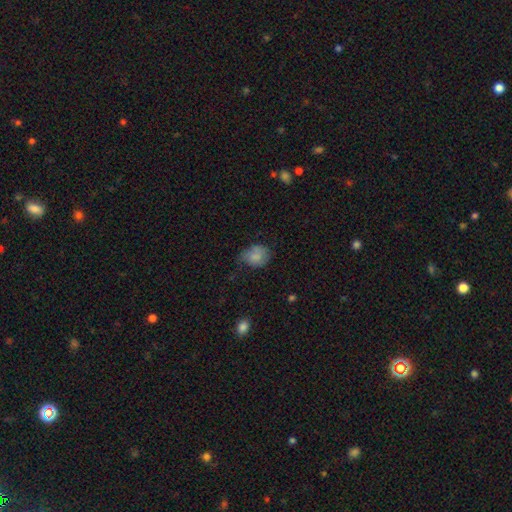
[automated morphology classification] A smooth galaxy with no disk features (77%) that is in between round and cigar-shaped (54%).

Vote fractions:
- Smooth or featured? smooth: 77% / featured or disk: 14% / star or artifact: 9%
- How rounded? in between: 54% / round: 45% / cigar-shaped: 1%
- Merging? none: 43% / minor disturbance: 38% / major disturbance: 16% / merger: 3%